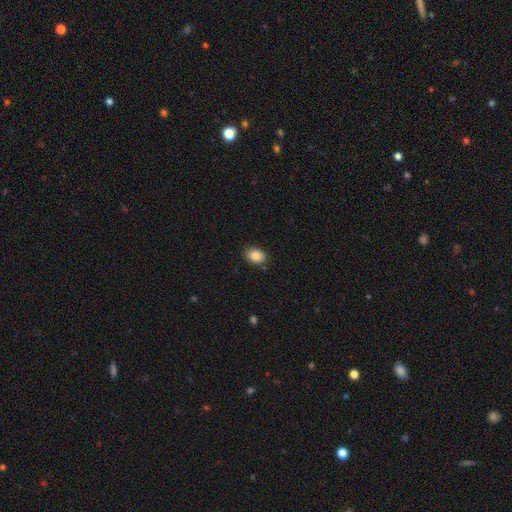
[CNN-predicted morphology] smooth-or-featured: smooth: 87% | star or artifact: 8% | featured or disk: 5%
  how-rounded: in between: 77% | round: 22% | cigar-shaped: 1%
  merging: none: 85% | minor disturbance: 11% | major disturbance: 2% | merger: 1%